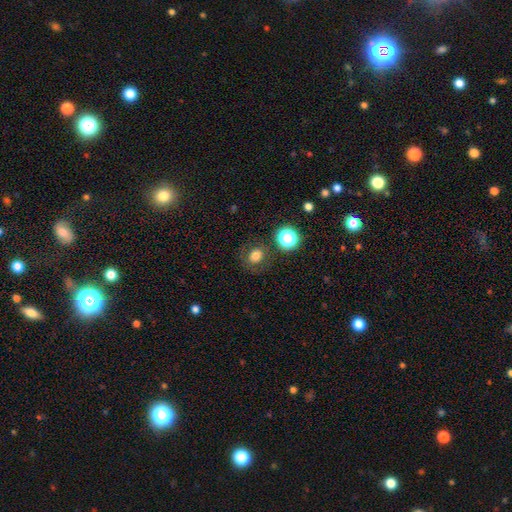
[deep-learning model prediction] smooth-or-featured: smooth: 73% | star or artifact: 15% | featured or disk: 12%
  how-rounded: round: 70% | in between: 29% | cigar-shaped: 1%
  merging: none: 75% | minor disturbance: 13% | major disturbance: 7% | merger: 5%